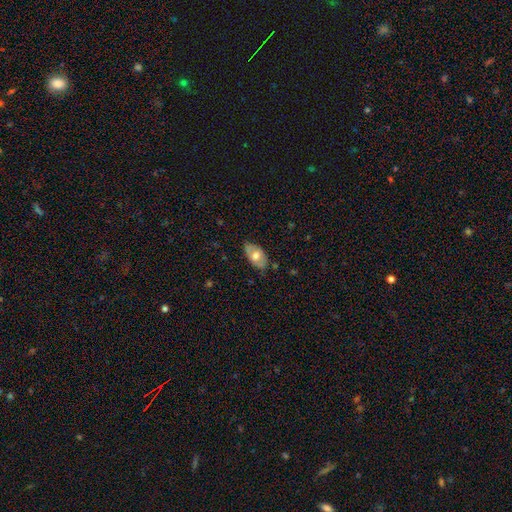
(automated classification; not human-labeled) Smooth or featured?
  - smooth: 59% *
  - featured or disk: 35%
  - star or artifact: 6%
How rounded?
  - in between: 93% *
  - round: 4%
  - cigar-shaped: 3%
Merging?
  - none: 74% *
  - minor disturbance: 21%
  - major disturbance: 4%
  - merger: 1%